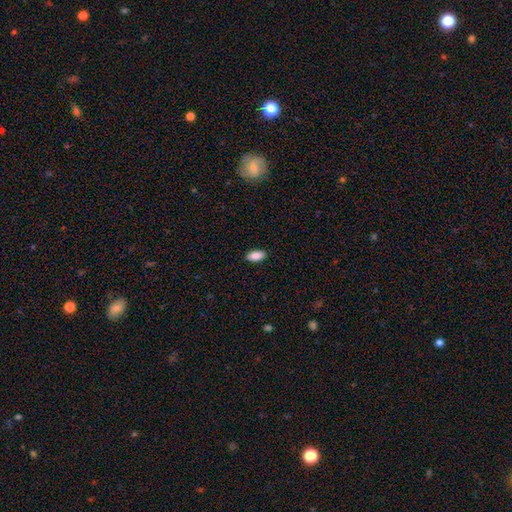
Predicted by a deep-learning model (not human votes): A smooth galaxy with no disk features (89%) that is in between round and cigar-shaped (92%).

Vote fractions:
- Smooth or featured? smooth: 89% / star or artifact: 7% / featured or disk: 4%
- How rounded? in between: 92% / cigar-shaped: 6% / round: 2%
- Merging? none: 89% / minor disturbance: 8% / major disturbance: 2% / merger: 1%